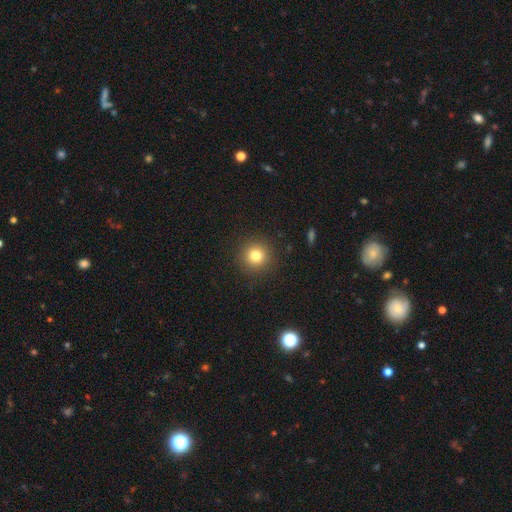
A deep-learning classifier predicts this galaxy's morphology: smooth_or_featured: smooth (p=0.80) [alt: star or artifact p=0.13]
how_rounded: round (p=0.95) [alt: in between p=0.04]
merging: none (p=0.91) [alt: minor disturbance p=0.05]